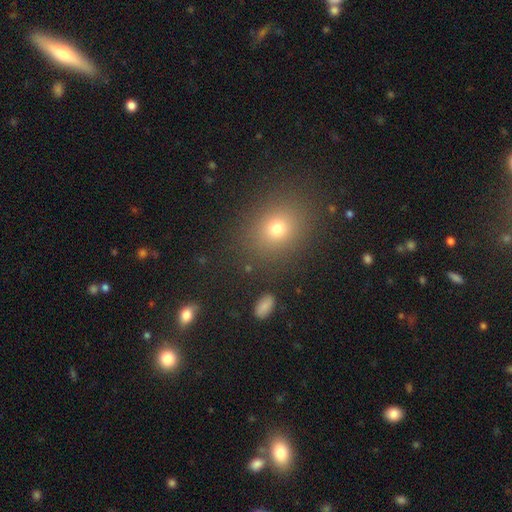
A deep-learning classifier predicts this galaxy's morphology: This appears to be a smooth galaxy with no disk features (61%) that is round (69%). Merging: none (89%).